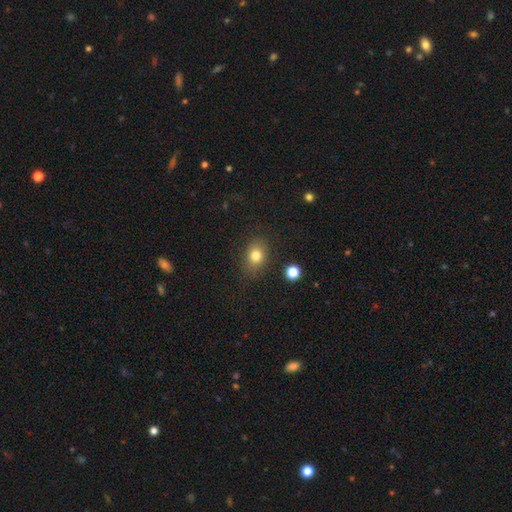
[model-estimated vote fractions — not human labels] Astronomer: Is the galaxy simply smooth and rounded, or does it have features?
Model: smooth — 80%.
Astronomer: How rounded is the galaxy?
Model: in between — 60% (runner-up: round, 39%).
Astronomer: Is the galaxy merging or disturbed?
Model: none — 81%.